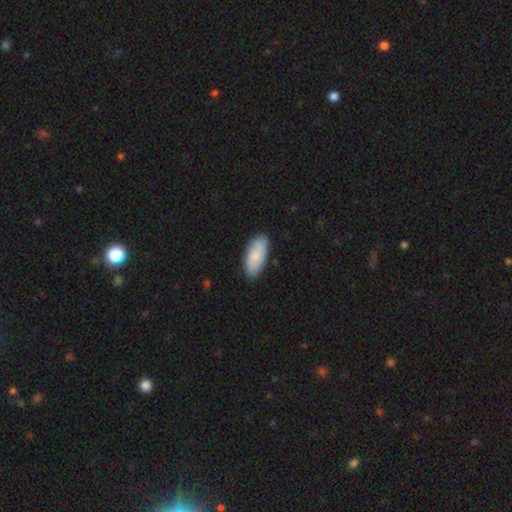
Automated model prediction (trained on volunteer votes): The model was most divided on "smooth or featured": smooth: 79%, featured or disk: 16%, star or artifact: 5%. More confident: how rounded — in between (88%); merging — none (86%).